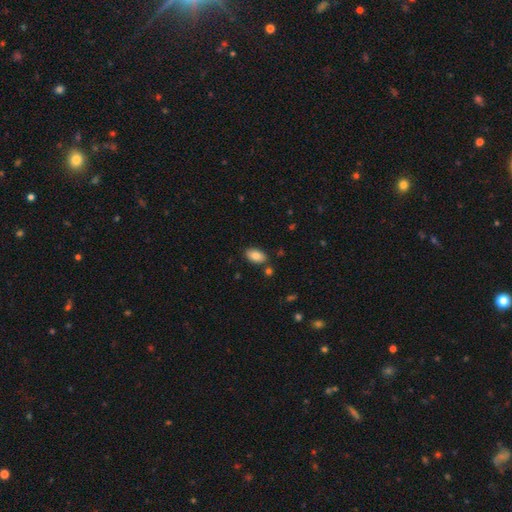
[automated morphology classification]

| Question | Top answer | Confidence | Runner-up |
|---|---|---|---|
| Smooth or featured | smooth | 84% | featured or disk (9%) |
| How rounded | in between | 93% | round (5%) |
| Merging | none | 82% | minor disturbance (11%) |